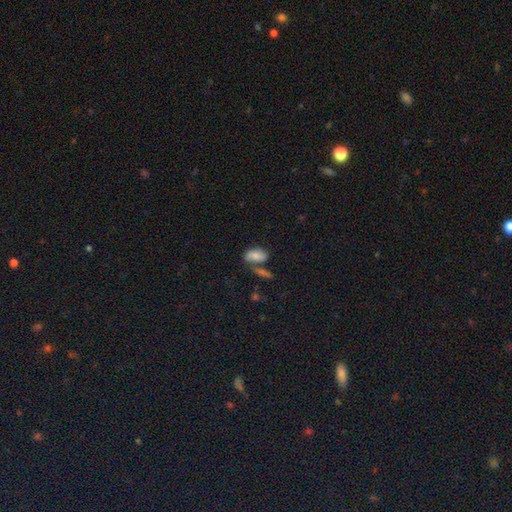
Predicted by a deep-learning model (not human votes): A smooth galaxy with no disk features (75%) that is in between round and cigar-shaped (91%).

Vote fractions:
- Smooth or featured? smooth: 75% / featured or disk: 17% / star or artifact: 8%
- How rounded? in between: 91% / round: 6% / cigar-shaped: 3%
- Merging? none: 44% / merger: 29% / minor disturbance: 19% / major disturbance: 9%